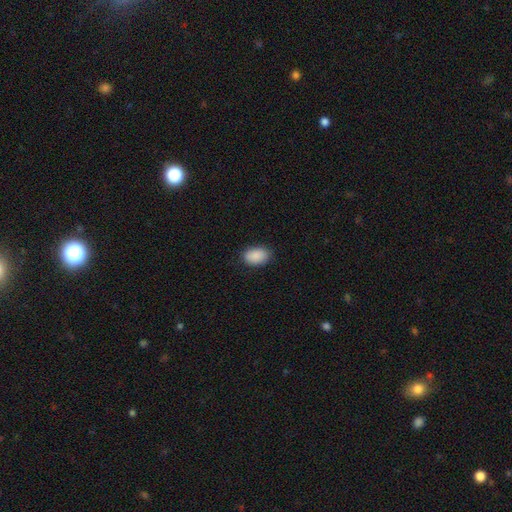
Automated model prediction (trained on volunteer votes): smooth-or-featured: smooth: 90% | star or artifact: 7% | featured or disk: 3%
  how-rounded: in between: 89% | round: 10% | cigar-shaped: 1%
  merging: none: 85% | minor disturbance: 12% | major disturbance: 2% | merger: 1%